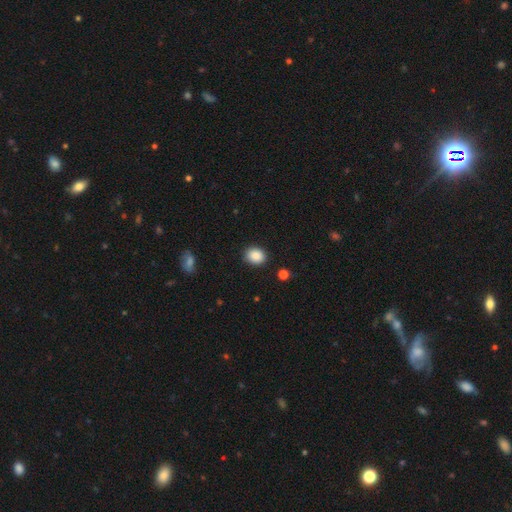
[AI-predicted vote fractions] Smooth or featured?
  - smooth: 88% *
  - star or artifact: 8%
  - featured or disk: 3%
How rounded?
  - round: 58% *
  - in between: 41%
  - cigar-shaped: 1%
Merging?
  - none: 87% *
  - minor disturbance: 9%
  - major disturbance: 2%
  - merger: 2%